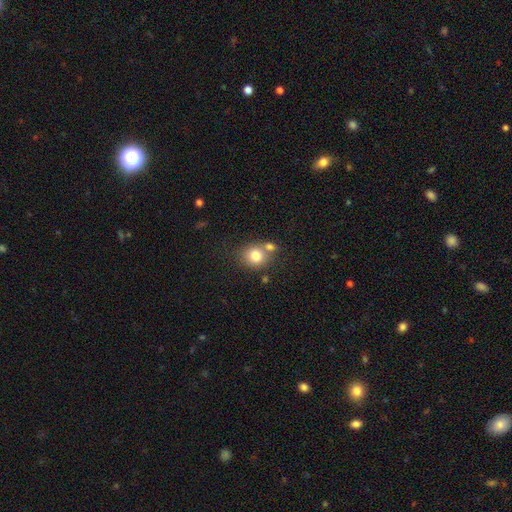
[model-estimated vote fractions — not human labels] Smooth or featured? smooth (79%)
How rounded? round (79%)
Merging? none (54%)